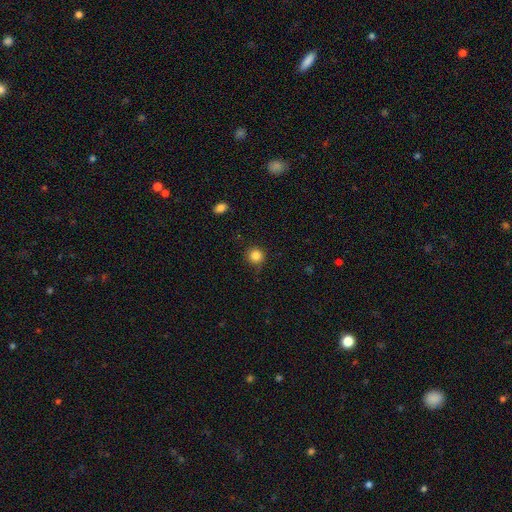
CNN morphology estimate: type=smooth (84%); roundness=round (94%); merging=none (83%).